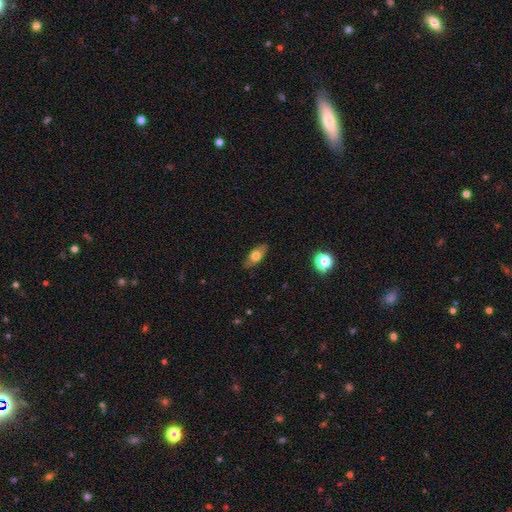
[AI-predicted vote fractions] smooth-or-featured: smooth: 67% | featured or disk: 26% | star or artifact: 8%
  how-rounded: in between: 80% | cigar-shaped: 14% | round: 6%
  merging: none: 86% | minor disturbance: 10% | major disturbance: 2% | merger: 1%